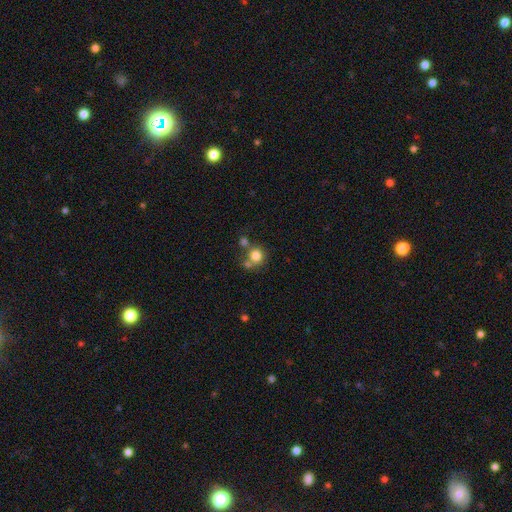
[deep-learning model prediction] Smooth or featured? smooth (79%)
How rounded? round (89%)
Merging? none (59%)